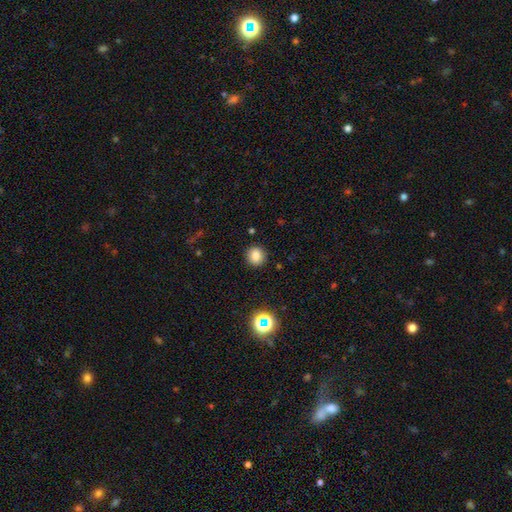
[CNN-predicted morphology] Smooth or featured? Predicted: smooth (p=0.81). How rounded? Predicted: round (p=0.90). Merging? Predicted: none (p=0.90).